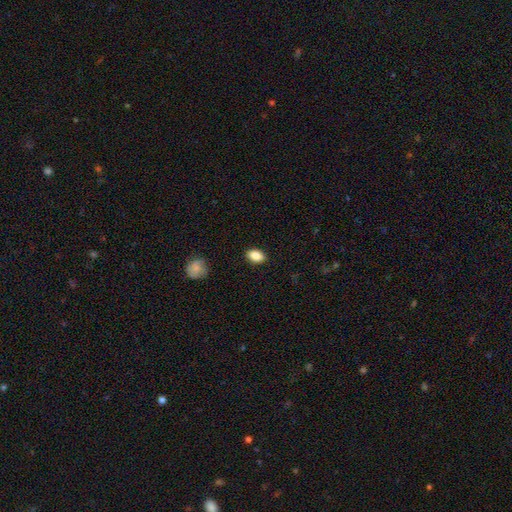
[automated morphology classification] smooth-or-featured: smooth: 87% | star or artifact: 8% | featured or disk: 5%
  how-rounded: in between: 85% | round: 13% | cigar-shaped: 2%
  merging: none: 88% | minor disturbance: 9% | major disturbance: 2% | merger: 1%